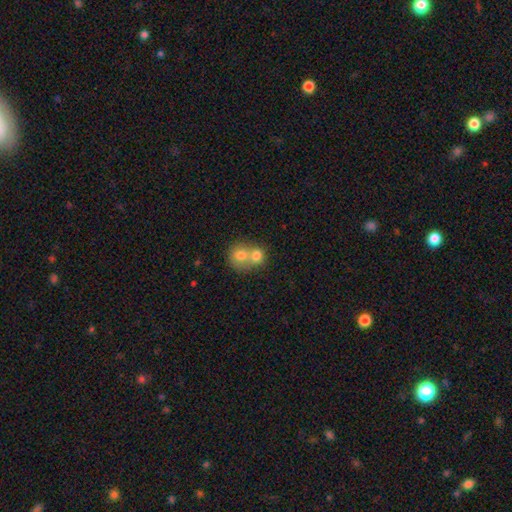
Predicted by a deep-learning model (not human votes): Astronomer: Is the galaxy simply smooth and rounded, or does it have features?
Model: smooth — 73%.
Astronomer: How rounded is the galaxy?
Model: round — 75%.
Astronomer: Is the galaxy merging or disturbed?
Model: merger — 69%.